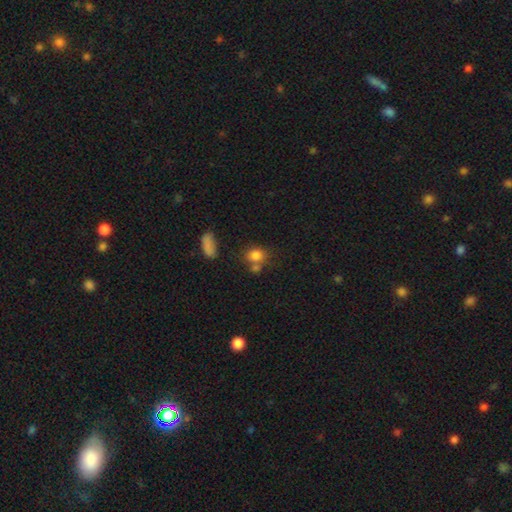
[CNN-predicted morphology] The model was most divided on "how rounded": round: 55%, in between: 43%, cigar-shaped: 2%. More confident: smooth or featured — smooth (81%); merging — none (55%).